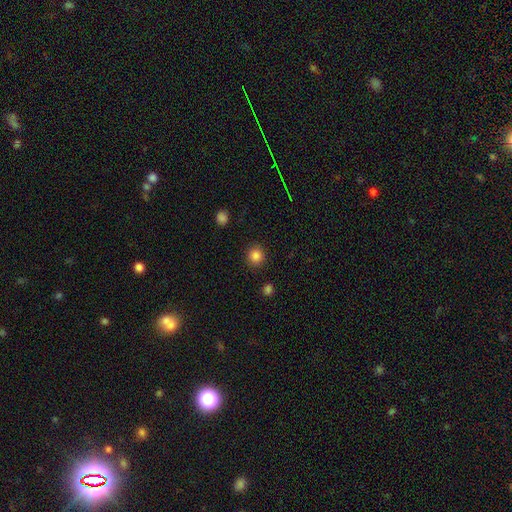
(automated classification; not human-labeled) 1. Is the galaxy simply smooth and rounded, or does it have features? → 85% smooth, 11% star or artifact, 4% featured or disk.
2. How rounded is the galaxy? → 92% round, 7% in between, 1% cigar-shaped.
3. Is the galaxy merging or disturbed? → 90% none, 6% minor disturbance, 2% major disturbance, 1% merger.